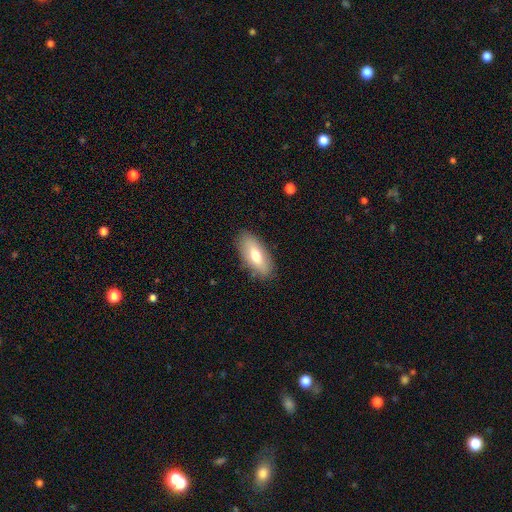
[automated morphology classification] smooth 70%, featured or disk 24%, star or artifact 7%. Down the decision tree: how rounded — in between (83%); merging — none (86%).